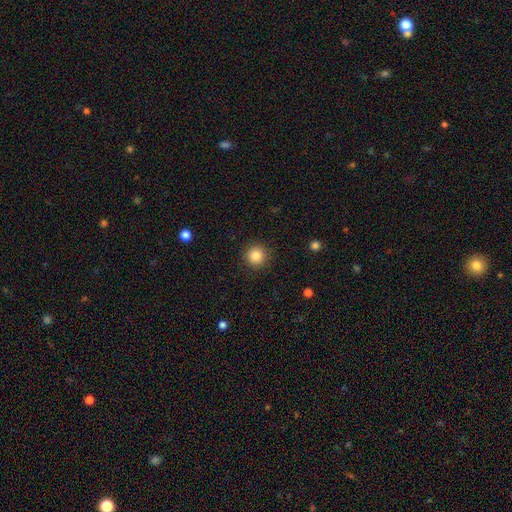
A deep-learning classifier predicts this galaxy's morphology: smooth_or_featured: smooth (p=0.85) [alt: star or artifact p=0.10]
how_rounded: round (p=0.95) [alt: in between p=0.04]
merging: none (p=0.91) [alt: minor disturbance p=0.06]